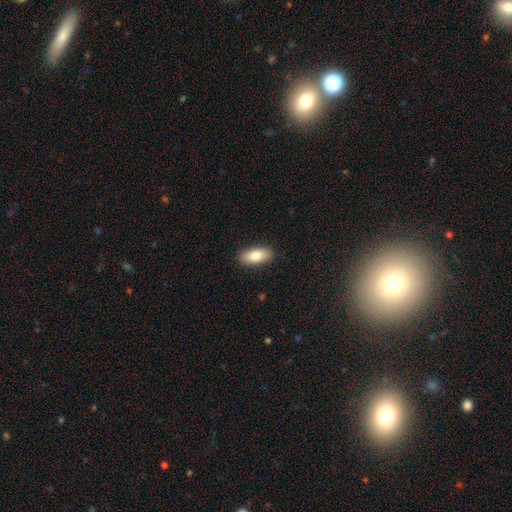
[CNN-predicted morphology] Smooth or featured? smooth (81%)
How rounded? in between (86%)
Merging? none (89%)